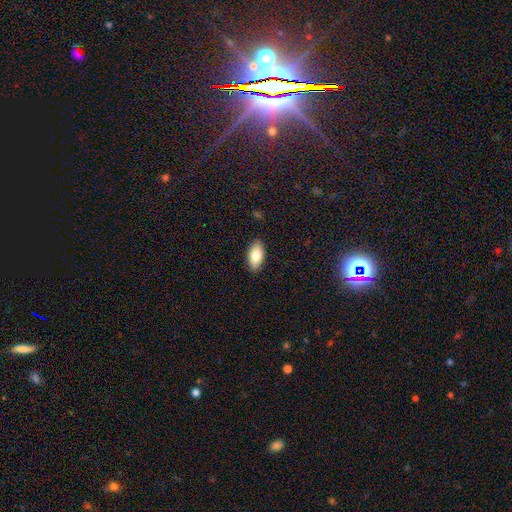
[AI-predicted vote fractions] Smooth or featured? smooth (83%)
How rounded? in between (92%)
Merging? none (87%)